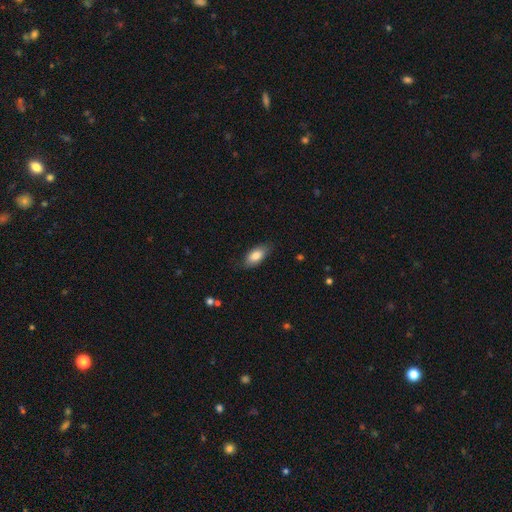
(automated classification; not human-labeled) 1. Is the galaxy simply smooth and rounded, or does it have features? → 84% smooth, 10% featured or disk, 6% star or artifact.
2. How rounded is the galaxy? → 89% in between, 8% cigar-shaped, 3% round.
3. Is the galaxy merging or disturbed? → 80% none, 16% minor disturbance, 3% major disturbance, 1% merger.